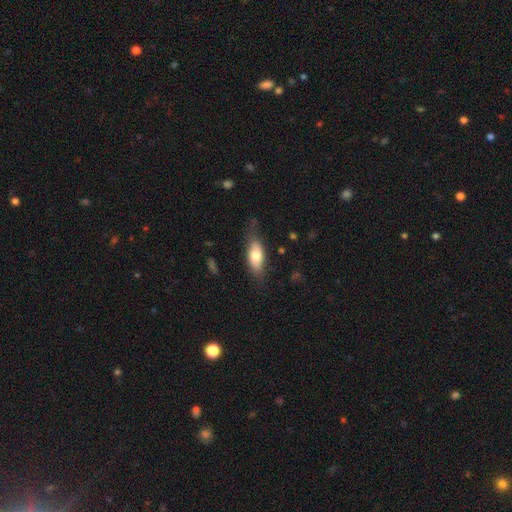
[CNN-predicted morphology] Smooth or featured: smooth — 71% (featured or disk — 23%)
How rounded: in between — 80% (cigar-shaped — 17%)
Merging: none — 64% (minor disturbance — 26%)